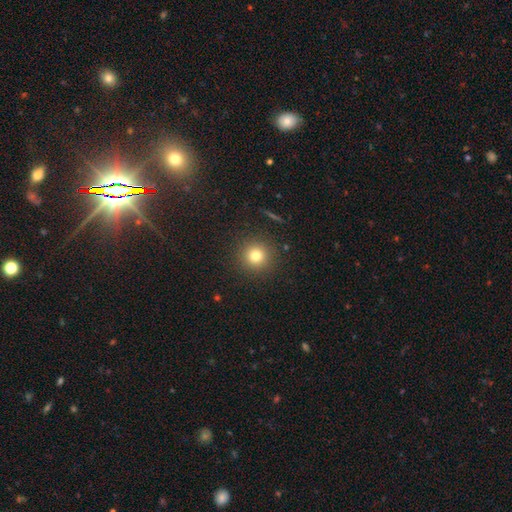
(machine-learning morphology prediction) Q: Smooth or featured?
A: smooth (78%); runner-up: star or artifact (14%)
Q: How rounded?
A: round (95%); runner-up: in between (4%)
Q: Merging?
A: none (91%); runner-up: minor disturbance (6%)